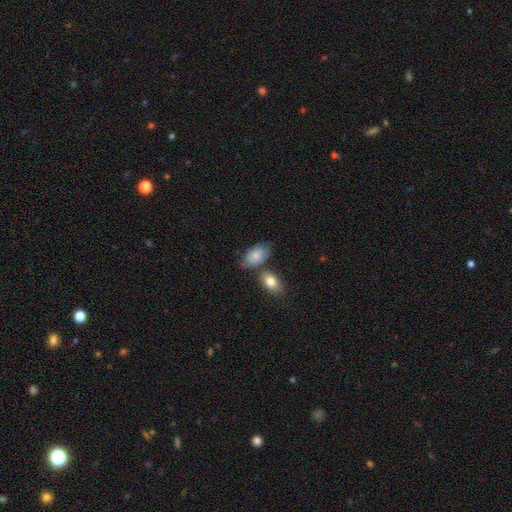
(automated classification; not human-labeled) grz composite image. It shows a smooth galaxy with no disk features (80%) that is in between round and cigar-shaped (92%). Merging: none (54%).